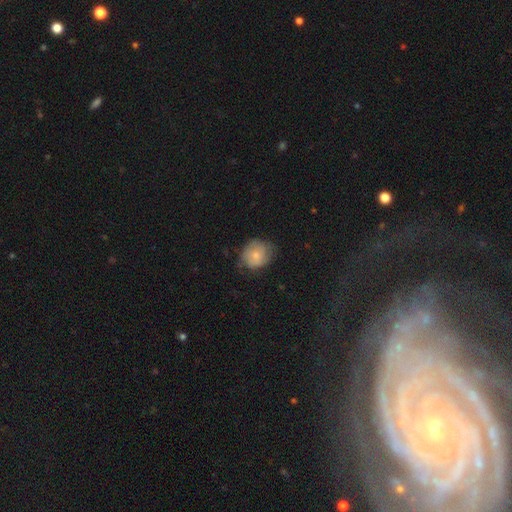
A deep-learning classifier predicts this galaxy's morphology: smooth-or-featured: smooth: 67% | featured or disk: 25% | star or artifact: 7%
  how-rounded: round: 71% | in between: 28% | cigar-shaped: 1%
  merging: none: 59% | minor disturbance: 30% | major disturbance: 10% | merger: 1%